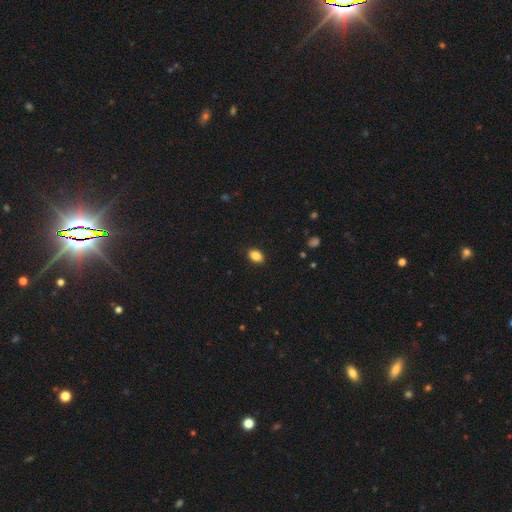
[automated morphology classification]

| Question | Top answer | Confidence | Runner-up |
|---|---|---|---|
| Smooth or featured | smooth | 88% | star or artifact (9%) |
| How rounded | in between | 81% | round (18%) |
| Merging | none | 90% | minor disturbance (7%) |